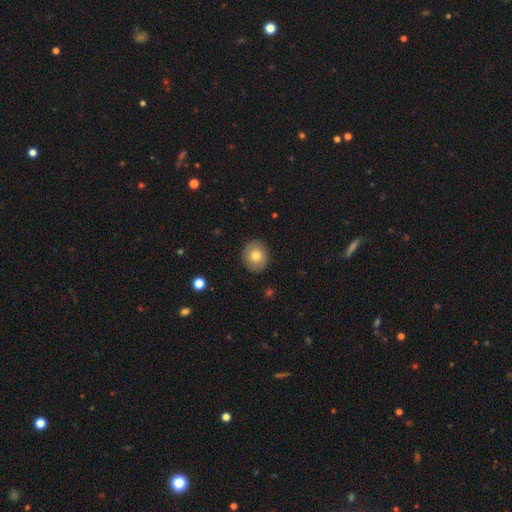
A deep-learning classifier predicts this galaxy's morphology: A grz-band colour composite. It shows a smooth galaxy with no disk features (76%) that is round (76%). Merging: none (89%).